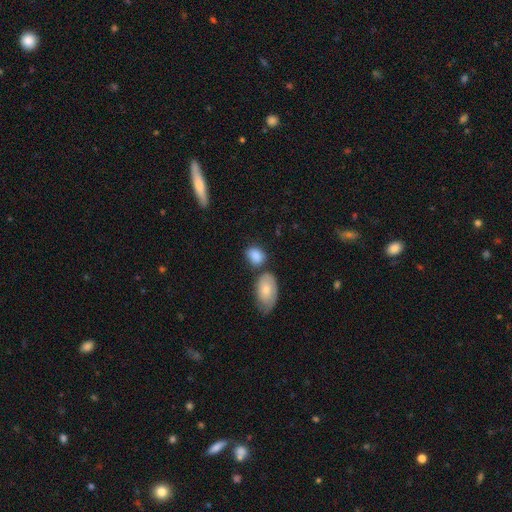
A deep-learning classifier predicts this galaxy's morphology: smooth 83%, featured or disk 10%, star or artifact 8%. Down the decision tree: how rounded — in between (72%); merging — none (49%).